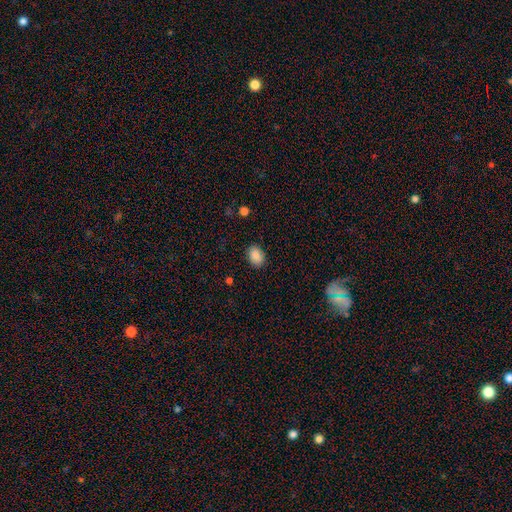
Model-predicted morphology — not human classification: Smooth or featured: smooth — 89% (star or artifact — 8%)
How rounded: in between — 74% (round — 25%)
Merging: none — 85% (minor disturbance — 11%)